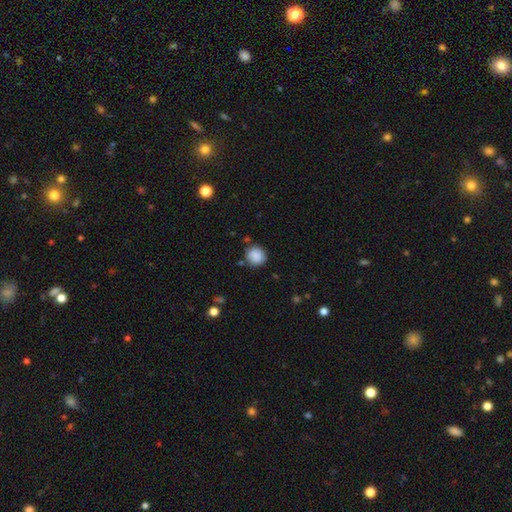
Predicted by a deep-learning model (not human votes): Smooth or featured: smooth — 87% (star or artifact — 9%)
How rounded: round — 84% (in between — 15%)
Merging: none — 79% (minor disturbance — 14%)